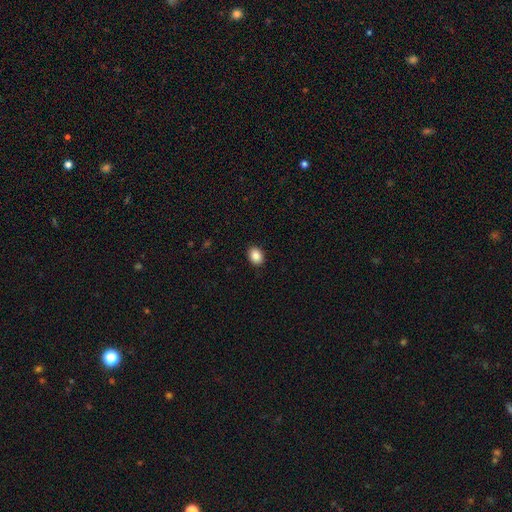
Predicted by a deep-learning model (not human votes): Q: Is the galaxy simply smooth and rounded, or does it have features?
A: smooth — 87%.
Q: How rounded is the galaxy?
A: in between — 67%.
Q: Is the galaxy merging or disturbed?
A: none — 90%.